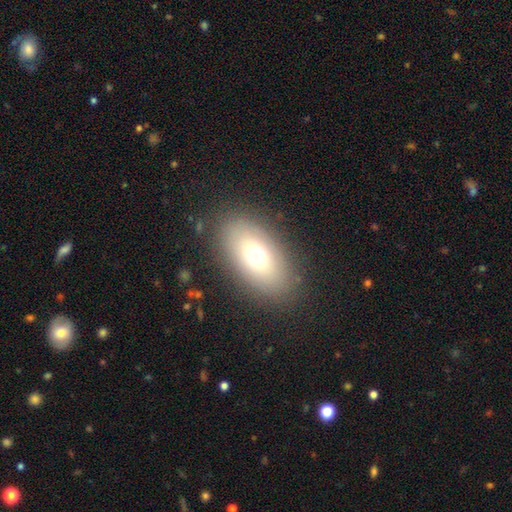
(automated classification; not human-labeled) This appears to be a smooth galaxy with no disk features (71%) that is in between round and cigar-shaped (90%). Merging: none (85%).